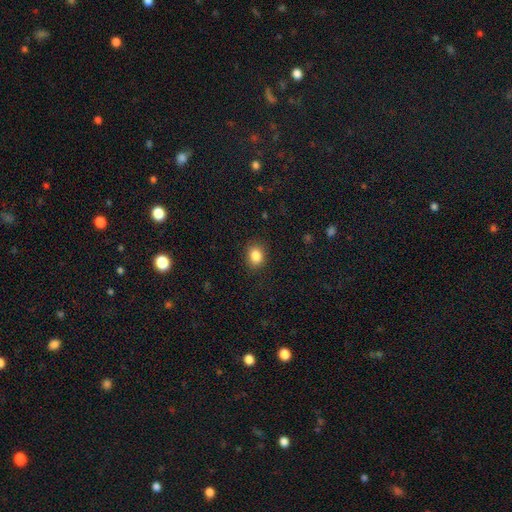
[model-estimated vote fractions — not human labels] Smooth or featured? smooth (85%)
How rounded? round (51%)
Merging? none (86%)